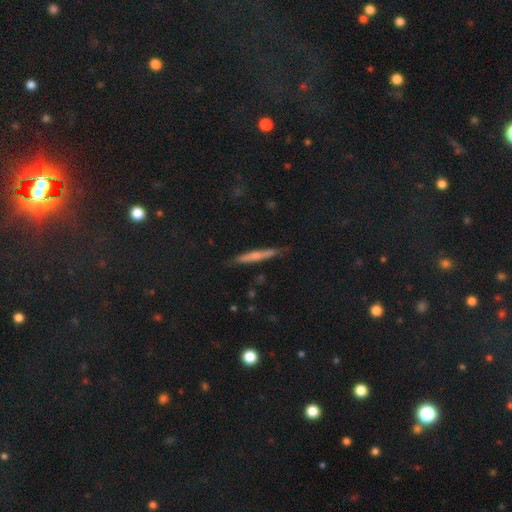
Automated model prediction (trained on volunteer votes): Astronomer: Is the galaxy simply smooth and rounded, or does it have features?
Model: smooth — 48% (runner-up: featured or disk, 45%).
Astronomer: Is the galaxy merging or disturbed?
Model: none — 82%.